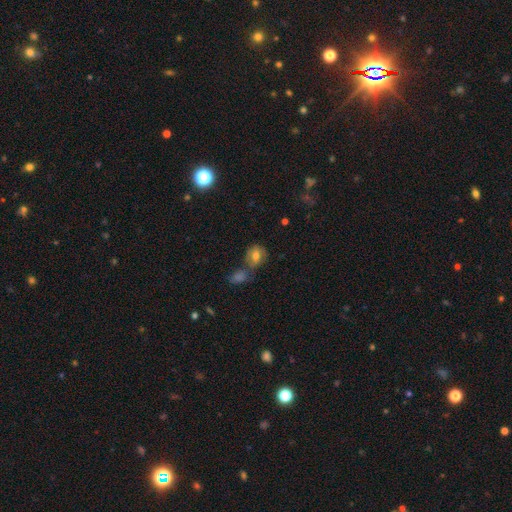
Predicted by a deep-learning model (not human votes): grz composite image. It shows a smooth galaxy with no disk features (72%) that is in between round and cigar-shaped (51%). Merging: none (46%).